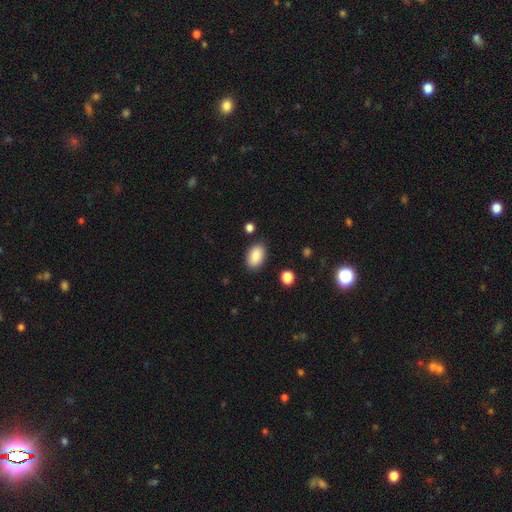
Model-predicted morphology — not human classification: This appears to be a smooth galaxy with no disk features (86%) that is in between round and cigar-shaped (90%). Merging: none (86%).